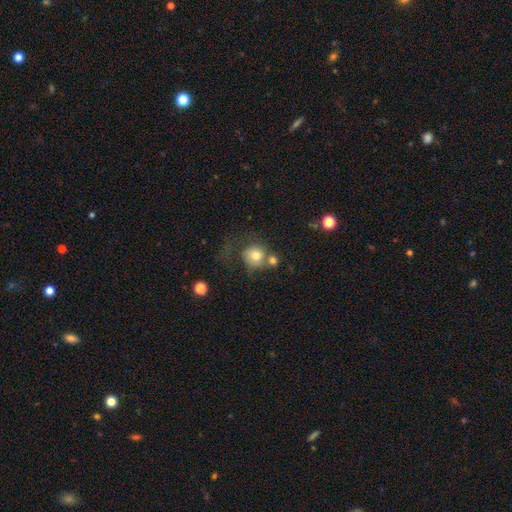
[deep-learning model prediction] Overall: smooth (74%). How rounded: round (85%). Merging: none (39%; merger 29%).